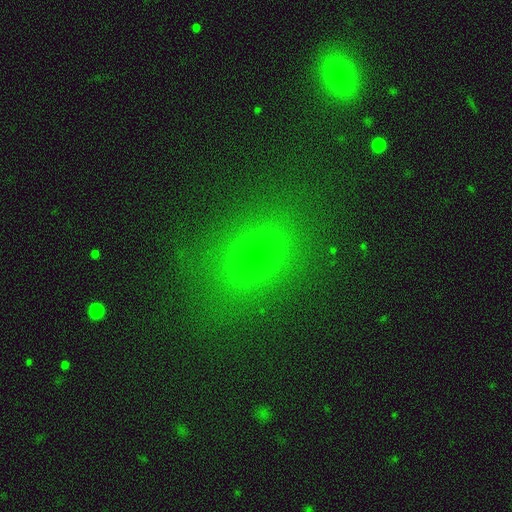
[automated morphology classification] smooth_or_featured: smooth (p=0.58) [alt: star or artifact p=0.27]
how_rounded: in between (p=0.65) [alt: round p=0.29]
merging: none (p=0.84) [alt: minor disturbance p=0.10]